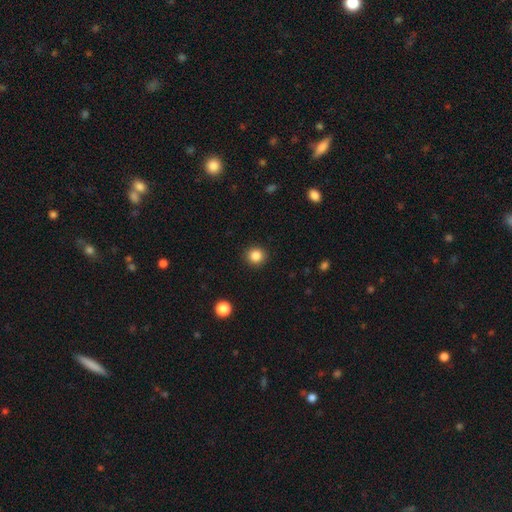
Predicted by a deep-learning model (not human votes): This appears to be a smooth galaxy with no disk features (85%) that is round (92%). Merging: none (92%).